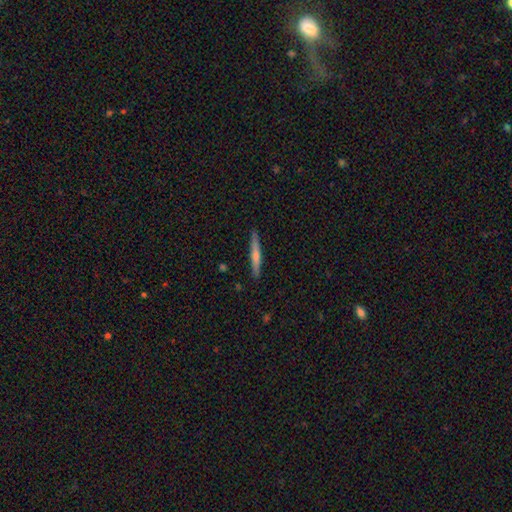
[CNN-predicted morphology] The model was most divided on "smooth or featured": smooth: 59%, featured or disk: 35%, star or artifact: 6%. More confident: how rounded — cigar-shaped (95%); merging — none (89%).